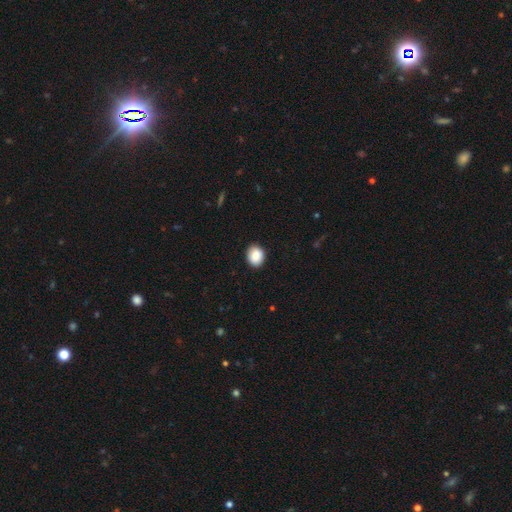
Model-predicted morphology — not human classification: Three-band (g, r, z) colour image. It shows a smooth galaxy with no disk features (87%) that is round (53%). Merging: none (89%).